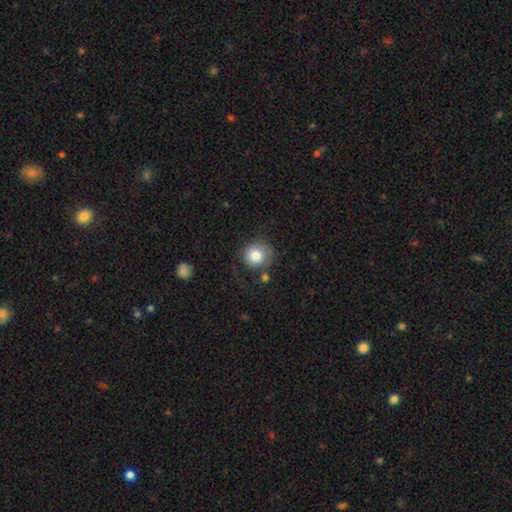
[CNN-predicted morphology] Overall: smooth (80%). How rounded: round (91%). Merging: none (63%).